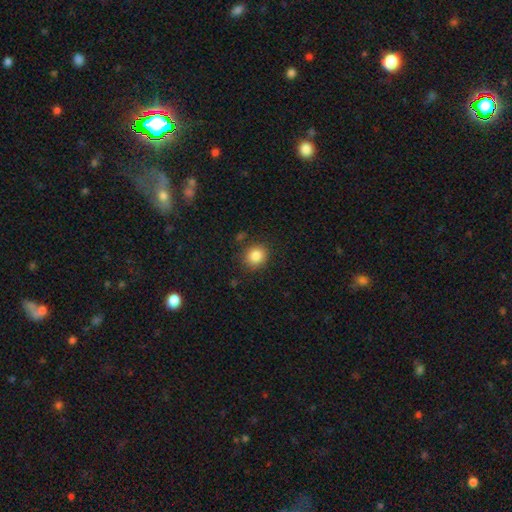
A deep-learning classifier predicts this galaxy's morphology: Q: Smooth or featured?
A: smooth (85%); runner-up: star or artifact (10%)
Q: How rounded?
A: round (78%); runner-up: in between (21%)
Q: Merging?
A: none (85%); runner-up: minor disturbance (10%)